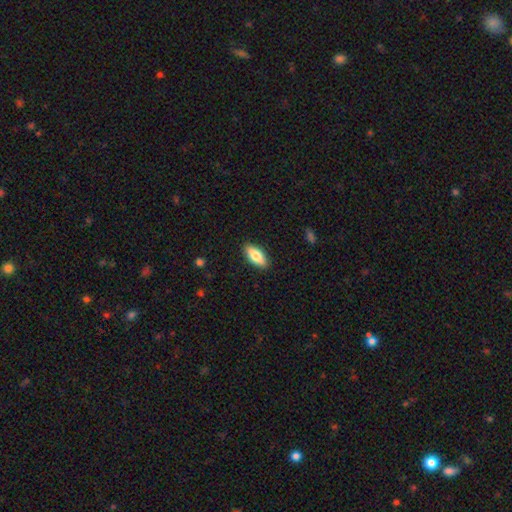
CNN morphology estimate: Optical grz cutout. It shows a smooth galaxy with no disk features (75%) that is in between round and cigar-shaped (80%). Merging: none (89%).